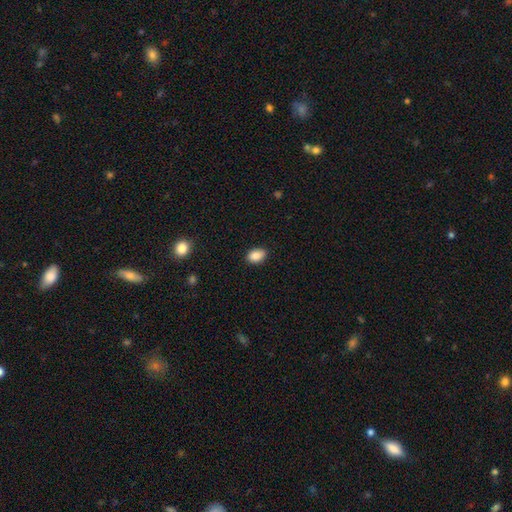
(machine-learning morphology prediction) Smooth or featured: smooth — 88% (star or artifact — 8%)
How rounded: in between — 84% (round — 15%)
Merging: none — 84% (minor disturbance — 12%)